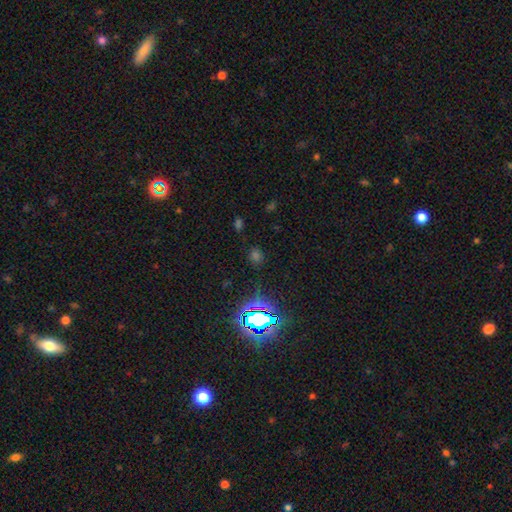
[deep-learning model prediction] Morphology: type=star or artifact (54%).